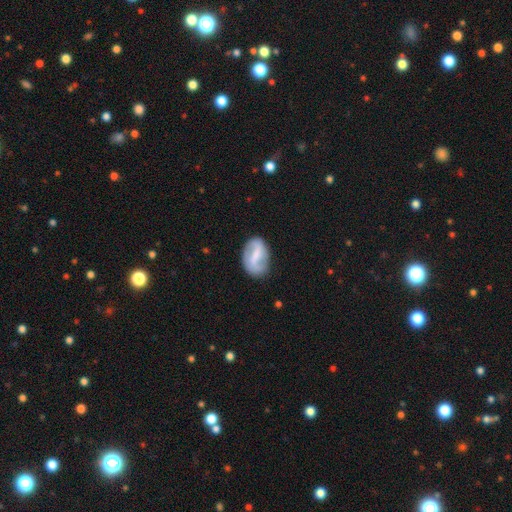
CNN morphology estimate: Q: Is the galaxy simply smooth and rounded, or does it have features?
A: featured or disk — 60%.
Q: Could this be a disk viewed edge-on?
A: no — 96%.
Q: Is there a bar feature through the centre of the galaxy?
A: strong — 47%.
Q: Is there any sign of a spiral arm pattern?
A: yes — 74%.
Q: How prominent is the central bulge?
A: none — 36%.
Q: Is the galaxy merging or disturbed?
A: none — 76%.